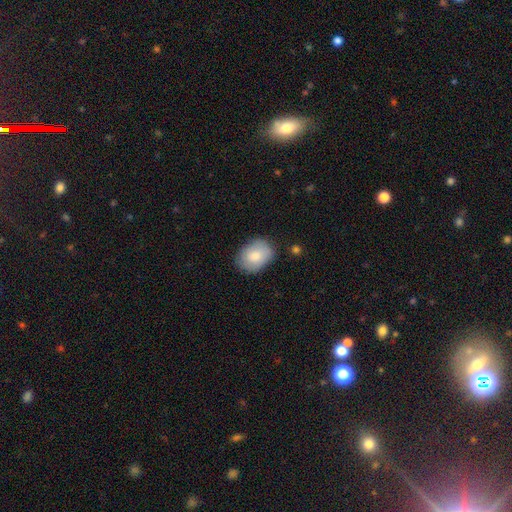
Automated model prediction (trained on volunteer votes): A smooth galaxy with no disk features (80%) that is in between round and cigar-shaped (74%).

Vote fractions:
- Smooth or featured? smooth: 80% / featured or disk: 14% / star or artifact: 6%
- How rounded? in between: 74% / round: 25% / cigar-shaped: 1%
- Merging? none: 77% / minor disturbance: 18% / major disturbance: 4% / merger: 2%